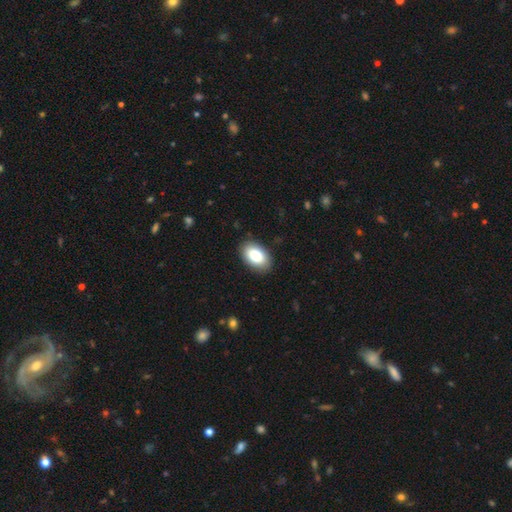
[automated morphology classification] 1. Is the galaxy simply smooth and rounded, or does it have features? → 85% smooth, 9% featured or disk, 7% star or artifact.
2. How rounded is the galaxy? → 92% in between, 6% round, 1% cigar-shaped.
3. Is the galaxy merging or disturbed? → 88% none, 9% minor disturbance, 2% major disturbance, 1% merger.